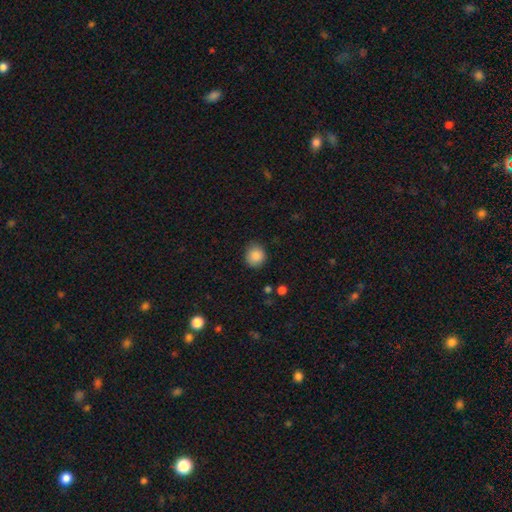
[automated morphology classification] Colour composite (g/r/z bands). It shows a smooth galaxy with no disk features (87%) that is round (83%). Merging: none (86%).